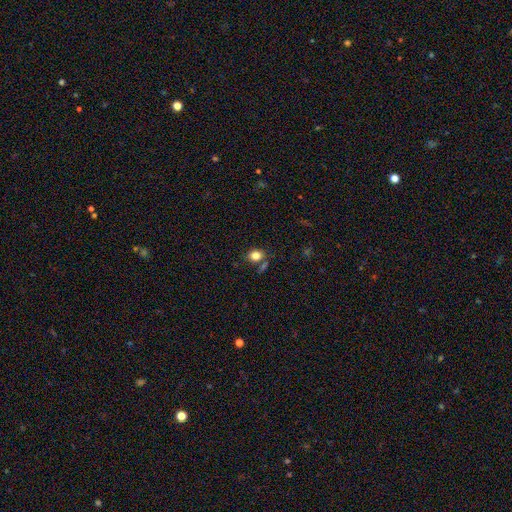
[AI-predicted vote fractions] Overall: smooth (81%). How rounded: in between (51%; round 48%). Merging: none (72%).